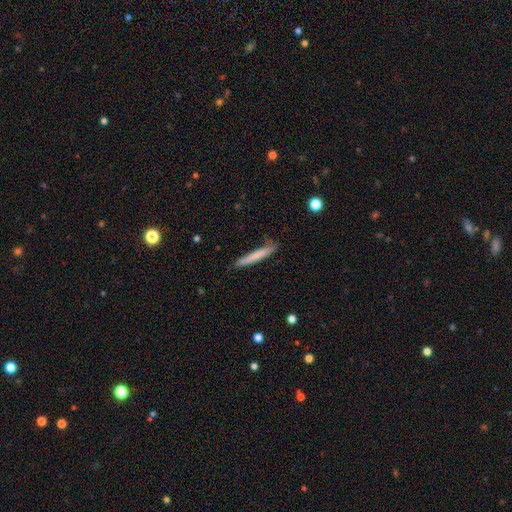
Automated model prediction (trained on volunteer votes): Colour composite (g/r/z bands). It shows a smooth galaxy with no disk features (72%) that is cigar-shaped (96%). Merging: none (84%).